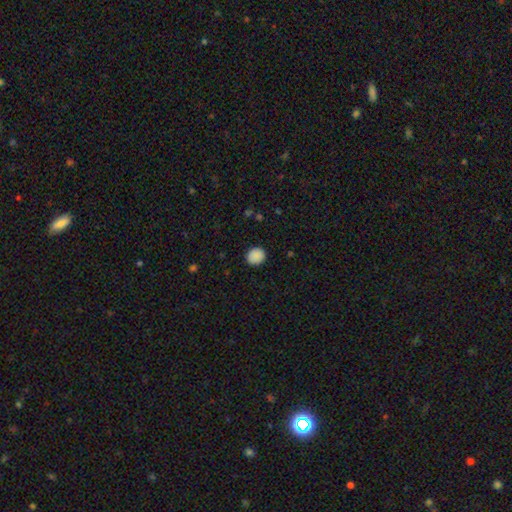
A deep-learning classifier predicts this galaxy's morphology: Overall: smooth (89%). How rounded: round (76%). Merging: none (89%).